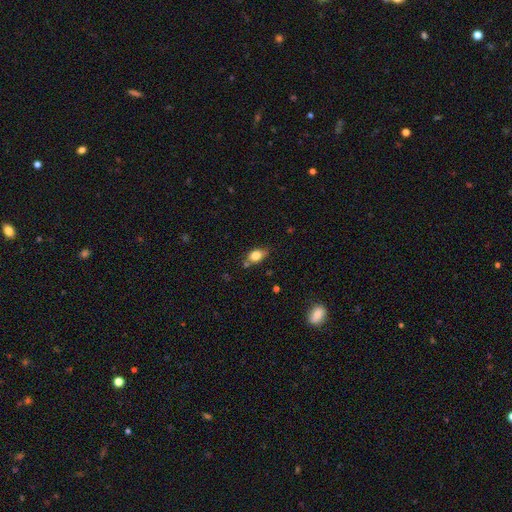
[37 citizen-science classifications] Overall: smooth (81%). How rounded: in between (87%). Merging: none (80%).